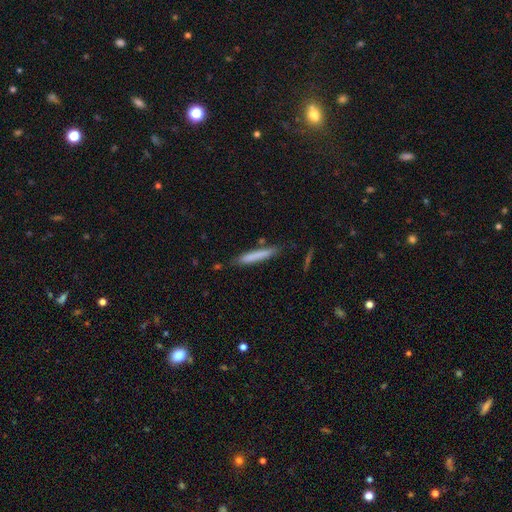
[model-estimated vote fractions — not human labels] Q: Smooth or featured?
A: smooth (76%); runner-up: featured or disk (18%)
Q: How rounded?
A: cigar-shaped (94%); runner-up: in between (5%)
Q: Merging?
A: none (82%); runner-up: minor disturbance (13%)